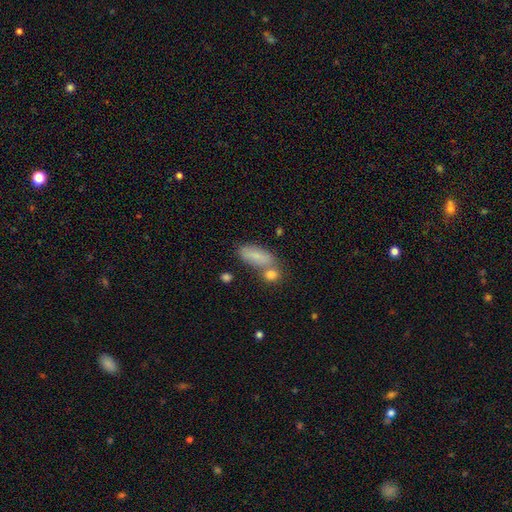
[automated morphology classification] A smooth galaxy with no disk features (82%) that is in between round and cigar-shaped (76%). Merging: none (53%).